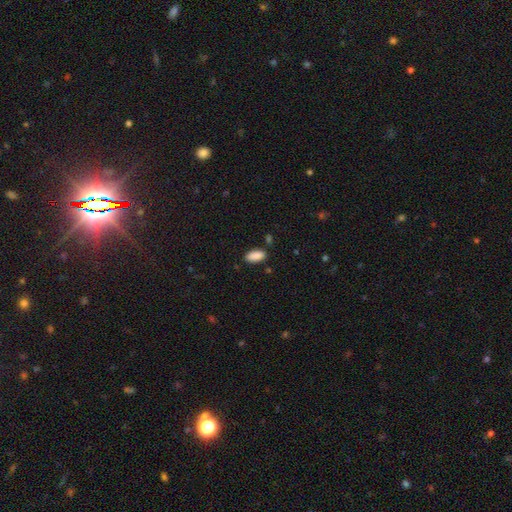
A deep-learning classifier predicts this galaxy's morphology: Smooth or featured: smooth — 89% (star or artifact — 7%)
How rounded: in between — 88% (cigar-shaped — 10%)
Merging: none — 84% (minor disturbance — 11%)